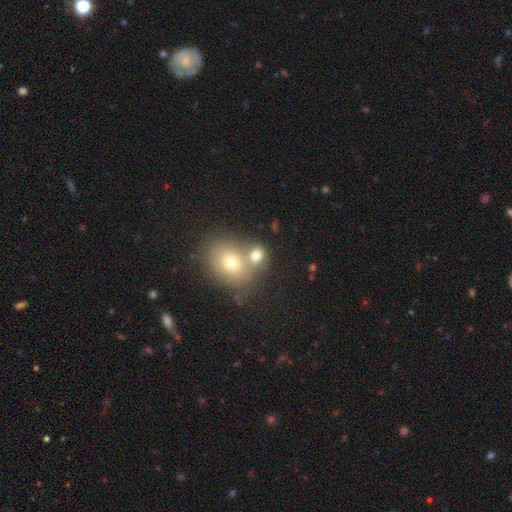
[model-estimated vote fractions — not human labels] Smooth or featured: smooth — 70% (featured or disk — 16%)
How rounded: round — 59% (in between — 40%)
Merging: merger — 48% (none — 40%)